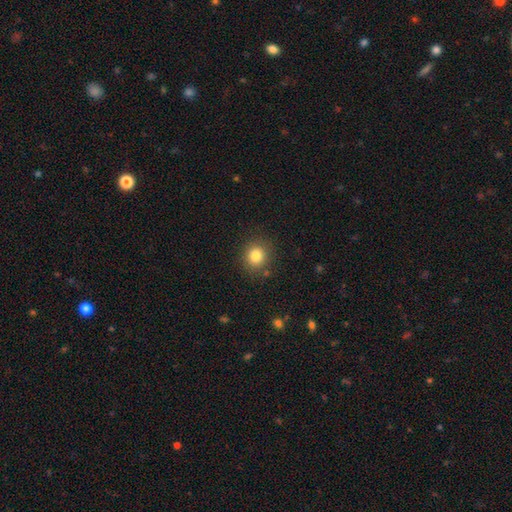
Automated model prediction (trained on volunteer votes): The model was most divided on "smooth or featured": smooth: 83%, star or artifact: 11%, featured or disk: 6%. More confident: merging — none (86%); how rounded — round (86%).